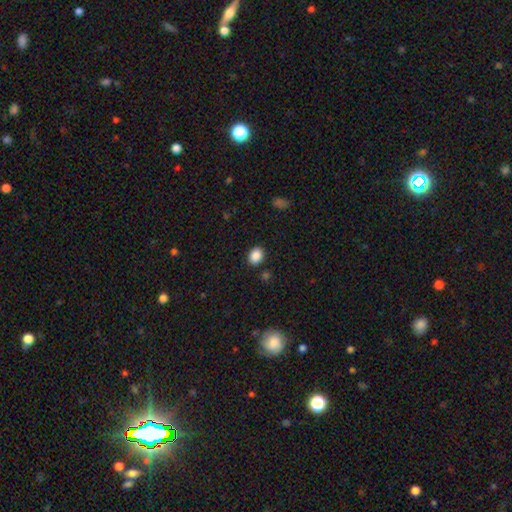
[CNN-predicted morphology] Smooth or featured?
  - smooth: 88% *
  - star or artifact: 9%
  - featured or disk: 3%
How rounded?
  - in between: 62% *
  - round: 37%
  - cigar-shaped: 1%
Merging?
  - none: 88% *
  - minor disturbance: 8%
  - major disturbance: 2%
  - merger: 2%